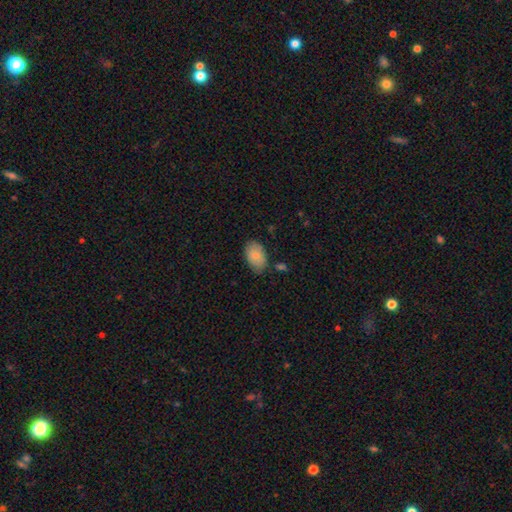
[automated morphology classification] smooth-or-featured: smooth: 82% | featured or disk: 11% | star or artifact: 6%
  how-rounded: in between: 92% | round: 7% | cigar-shaped: 1%
  merging: none: 75% | minor disturbance: 18% | major disturbance: 4% | merger: 3%